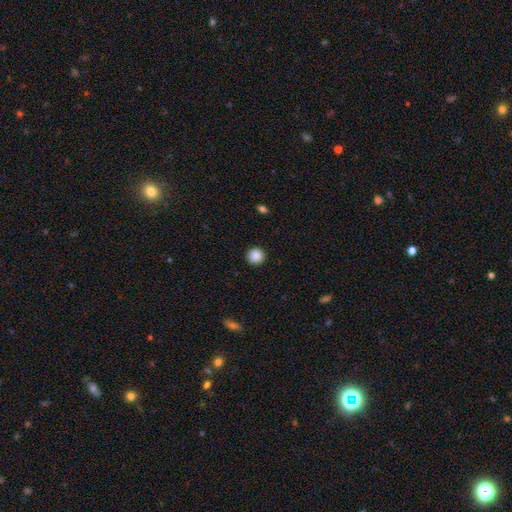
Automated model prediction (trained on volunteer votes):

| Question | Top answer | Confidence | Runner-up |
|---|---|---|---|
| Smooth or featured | smooth | 88% | star or artifact (10%) |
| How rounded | round | 95% | in between (4%) |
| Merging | none | 92% | minor disturbance (5%) |